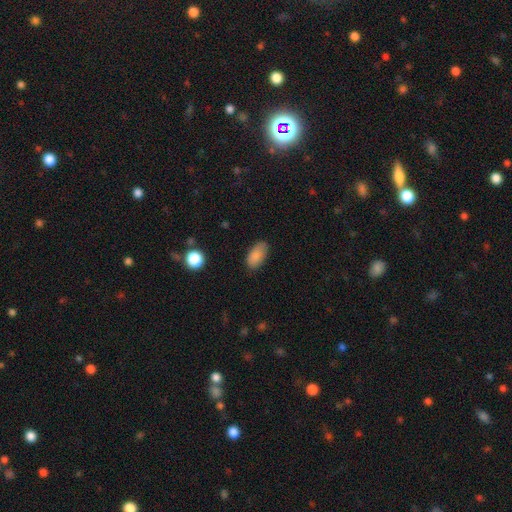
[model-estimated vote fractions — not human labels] This appears to be a smooth galaxy with no disk features (86%) that is in between round and cigar-shaped (93%). Merging: none (79%).